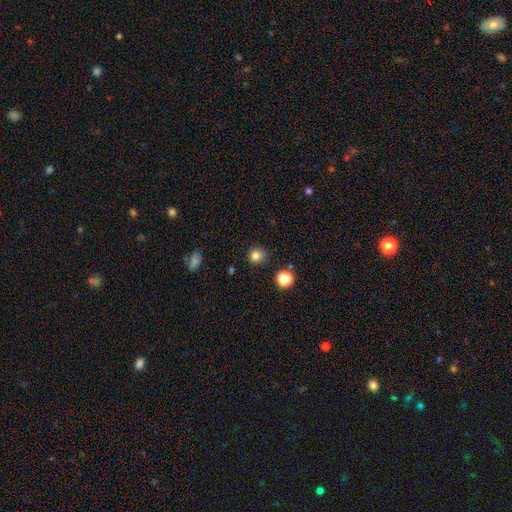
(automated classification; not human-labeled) smooth_or_featured: smooth (p=0.83) [alt: star or artifact p=0.13]
how_rounded: round (p=0.91) [alt: in between p=0.08]
merging: none (p=0.88) [alt: minor disturbance p=0.07]